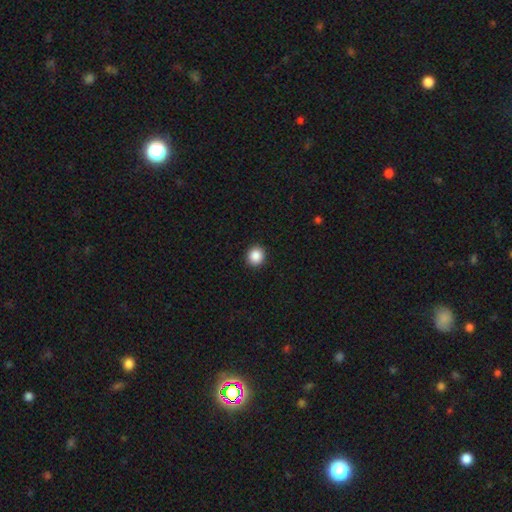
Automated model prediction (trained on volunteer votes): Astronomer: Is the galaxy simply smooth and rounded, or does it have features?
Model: smooth — 88%.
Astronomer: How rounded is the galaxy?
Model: round — 90%.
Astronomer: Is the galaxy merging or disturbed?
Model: none — 92%.